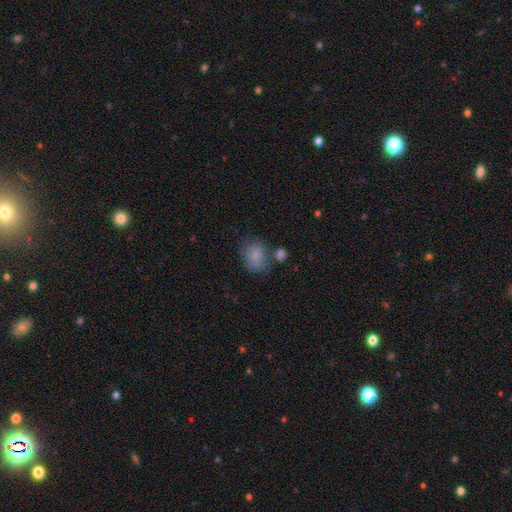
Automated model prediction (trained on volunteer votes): smooth 81%, featured or disk 10%, star or artifact 9%. Down the decision tree: how rounded — round (58%); merging — none (58%).